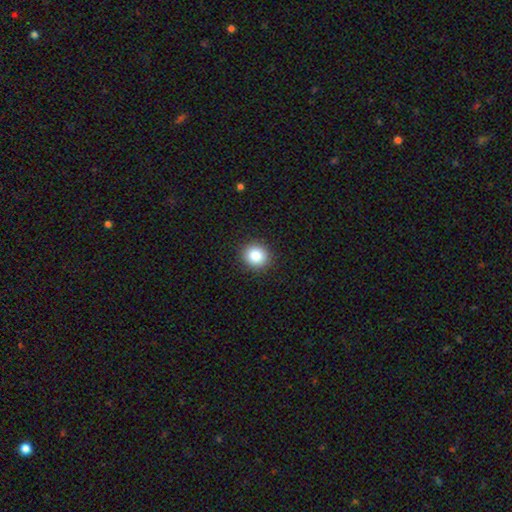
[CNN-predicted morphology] smooth-or-featured: smooth: 86% | star or artifact: 10% | featured or disk: 5%
  how-rounded: round: 87% | in between: 12% | cigar-shaped: 1%
  merging: none: 91% | minor disturbance: 6% | major disturbance: 2% | merger: 1%